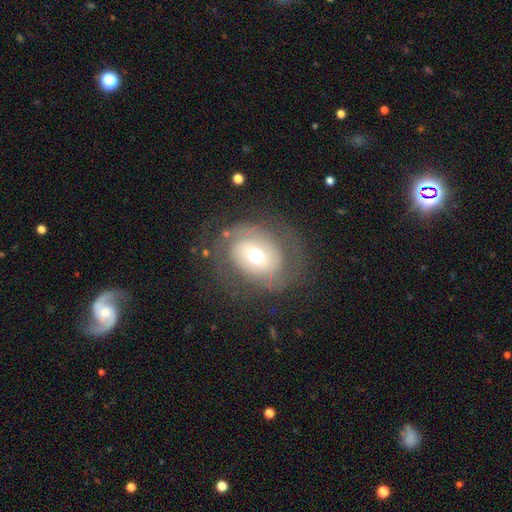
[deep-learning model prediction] A featured or disk galaxy (51%).

Vote fractions:
- Smooth or featured? featured or disk: 51% / smooth: 39% / star or artifact: 10%
- Edge-on disk? no: 95% / yes: 5%
- Merging? none: 67% / minor disturbance: 16% / major disturbance: 15% / merger: 2%